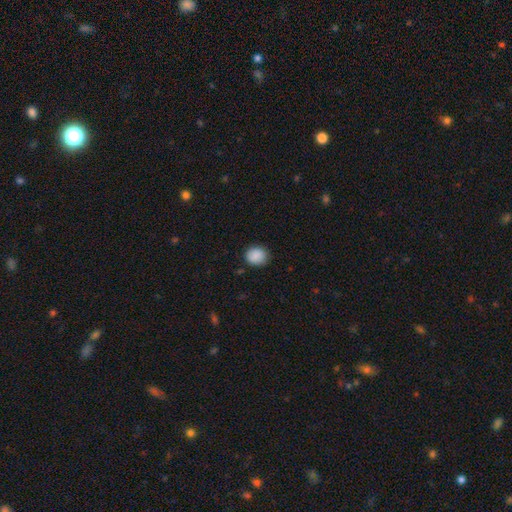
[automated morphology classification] type=smooth (89%); roundness=round (74%); merging=none (83%).